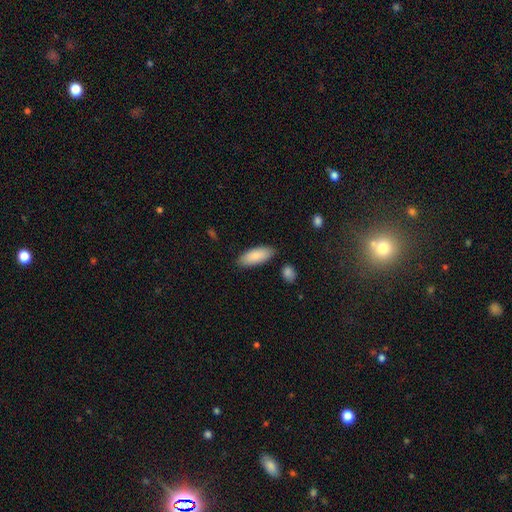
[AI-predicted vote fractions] smooth_or_featured: smooth (p=0.87) [alt: featured or disk p=0.07]
how_rounded: in between (p=0.79) [alt: cigar-shaped p=0.19]
merging: none (p=0.85) [alt: minor disturbance p=0.10]